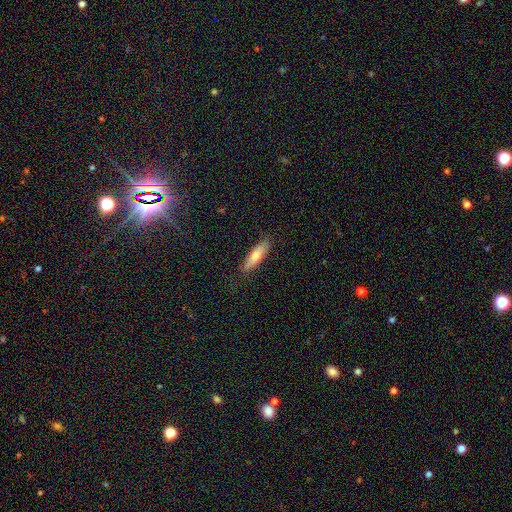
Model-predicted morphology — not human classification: type=smooth (74%); roundness=cigar-shaped (67%); merging=none (83%).